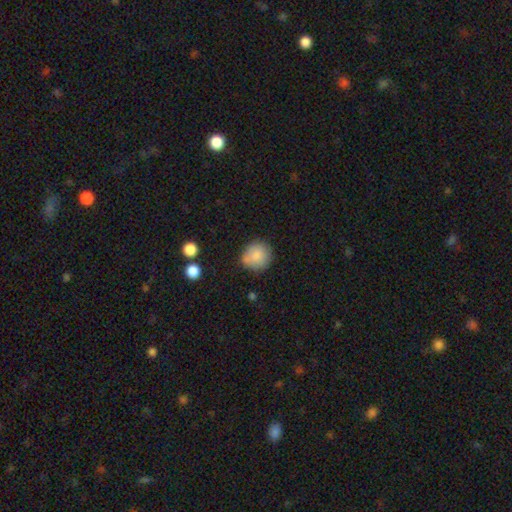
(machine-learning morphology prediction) Q: Smooth or featured?
A: smooth (84%); runner-up: featured or disk (8%)
Q: How rounded?
A: round (87%); runner-up: in between (12%)
Q: Merging?
A: none (74%); runner-up: minor disturbance (18%)